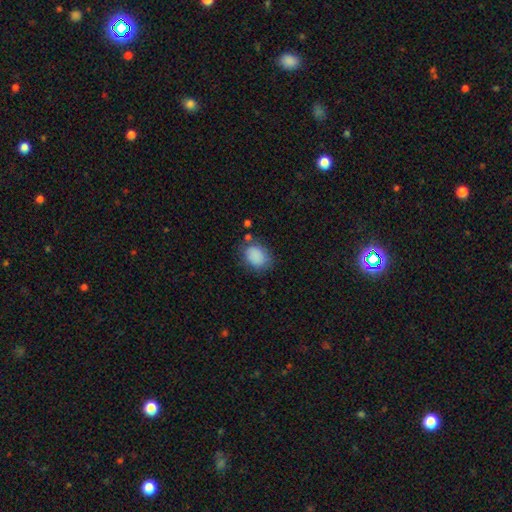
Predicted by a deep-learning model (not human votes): A smooth galaxy with no disk features (86%) that is in between round and cigar-shaped (64%). Merging: none (70%).